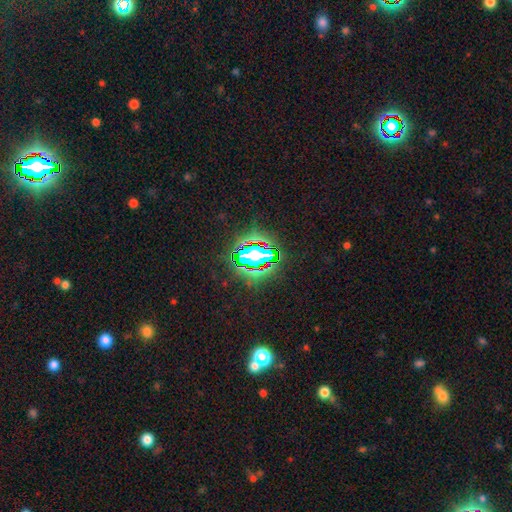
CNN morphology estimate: Smooth or featured?
  - star or artifact: 82% *
  - smooth: 11%
  - featured or disk: 7%